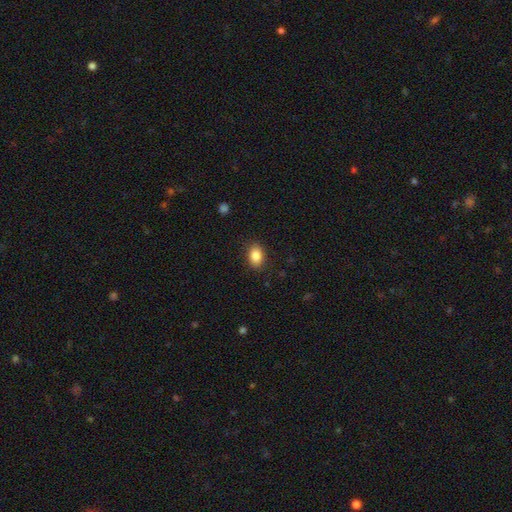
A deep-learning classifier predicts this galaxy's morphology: The model was most divided on "how rounded": in between: 80%, round: 19%, cigar-shaped: 1%. More confident: smooth or featured — smooth (87%); merging — none (87%).